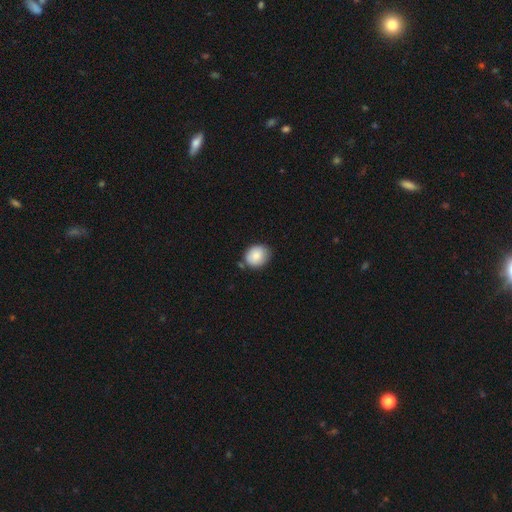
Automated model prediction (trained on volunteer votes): The model was most divided on "how rounded": round: 62%, in between: 37%, cigar-shaped: 1%. More confident: smooth or featured — smooth (85%); merging — none (71%).